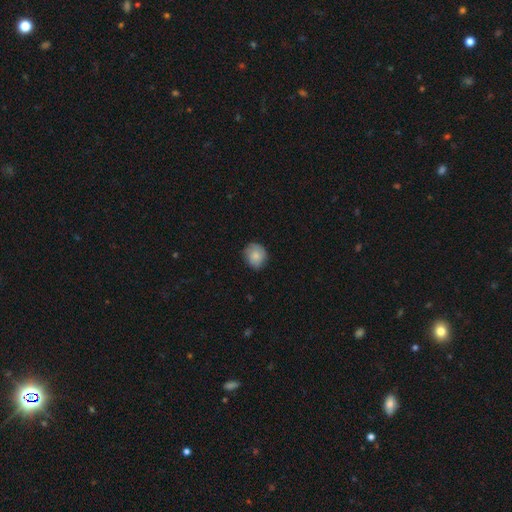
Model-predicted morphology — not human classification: Smooth or featured: smooth — 79% (featured or disk — 13%)
How rounded: round — 78% (in between — 21%)
Merging: none — 75% (minor disturbance — 21%)